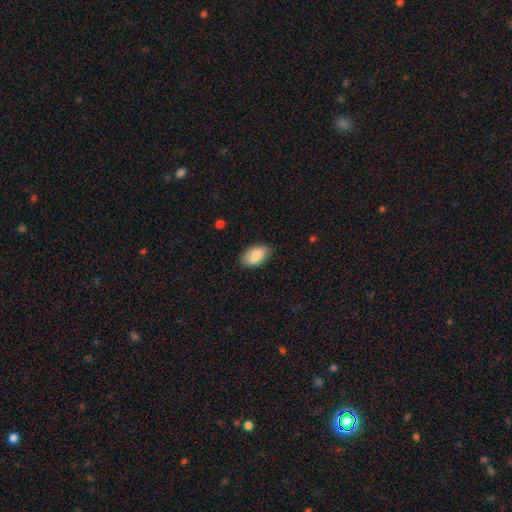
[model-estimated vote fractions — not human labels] This appears to be a smooth galaxy with no disk features (82%) that is in between round and cigar-shaped (93%). Merging: none (81%).